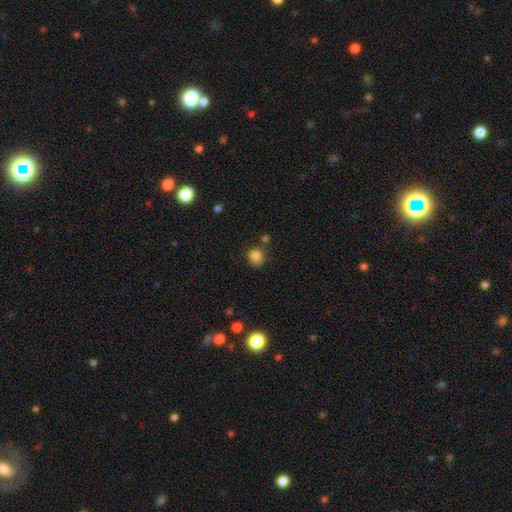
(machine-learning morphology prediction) Smooth or featured? smooth (83%)
How rounded? round (72%)
Merging? none (62%)